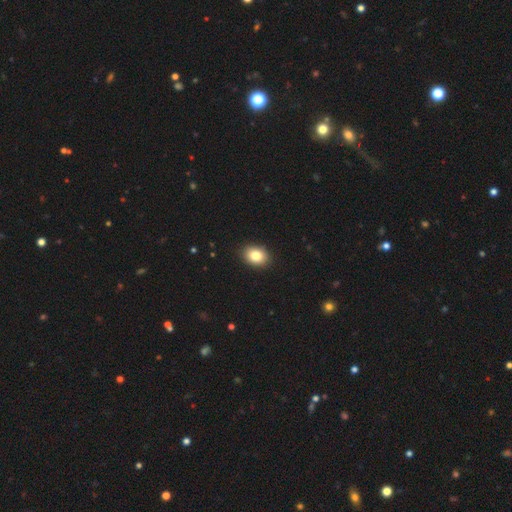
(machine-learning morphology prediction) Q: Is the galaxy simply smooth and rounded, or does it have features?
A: smooth — 83%.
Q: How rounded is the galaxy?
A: in between — 68%.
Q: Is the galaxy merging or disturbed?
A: none — 90%.